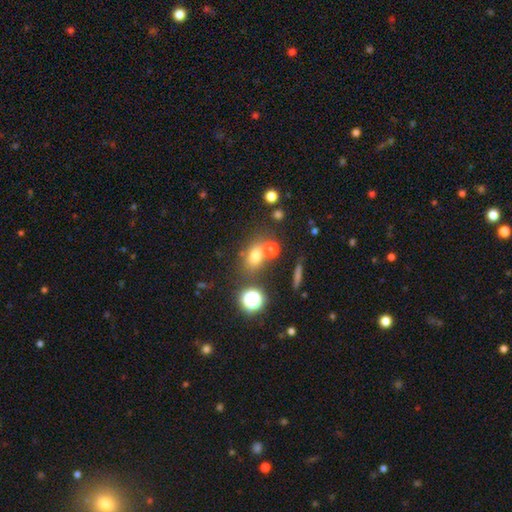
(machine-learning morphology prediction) A smooth galaxy with no disk features (68%) that is in between round and cigar-shaped (59%). Merging: none (62%).